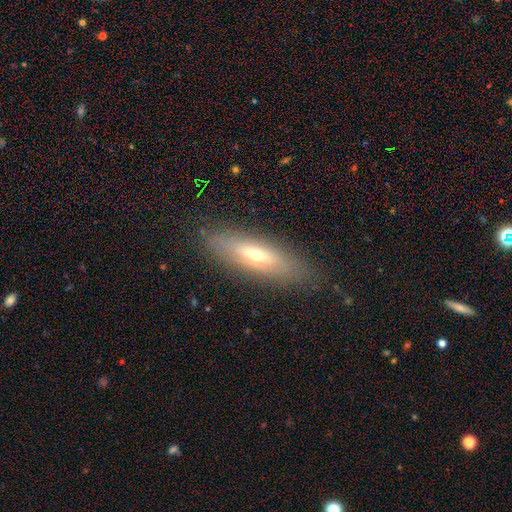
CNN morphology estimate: type=smooth (48%); merging=none (84%).